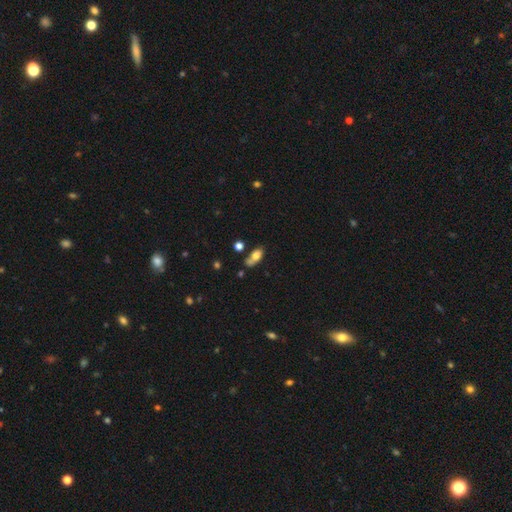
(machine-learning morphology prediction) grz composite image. It shows a smooth galaxy with no disk features (74%) that is in between round and cigar-shaped (84%). Merging: none (42%).